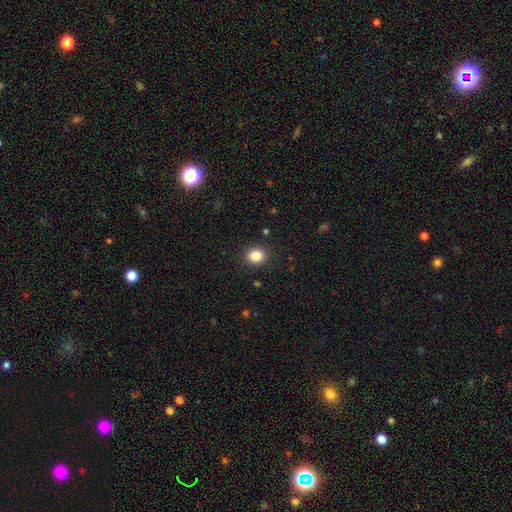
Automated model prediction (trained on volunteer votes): smooth 85%, star or artifact 10%, featured or disk 4%. Down the decision tree: how rounded — round (65%); merging — none (88%).